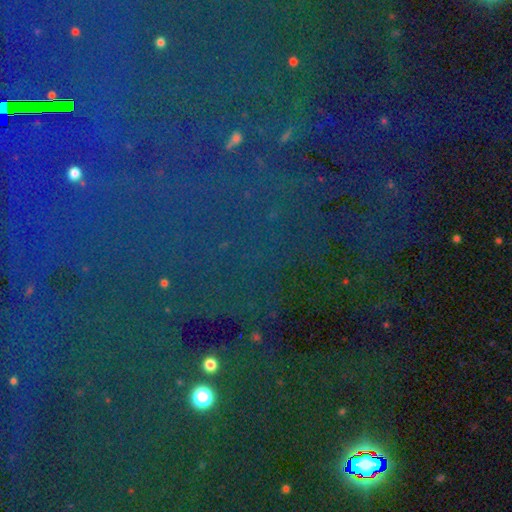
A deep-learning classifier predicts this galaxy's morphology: smooth-or-featured: star or artifact: 84% | smooth: 9% | featured or disk: 7%